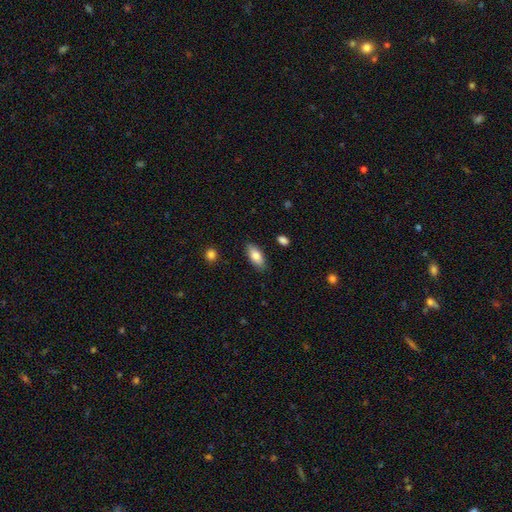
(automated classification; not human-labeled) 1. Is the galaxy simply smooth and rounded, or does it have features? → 81% smooth, 12% featured or disk, 7% star or artifact.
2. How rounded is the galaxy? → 86% in between, 12% cigar-shaped, 2% round.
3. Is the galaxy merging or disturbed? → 86% none, 10% minor disturbance, 2% major disturbance, 2% merger.